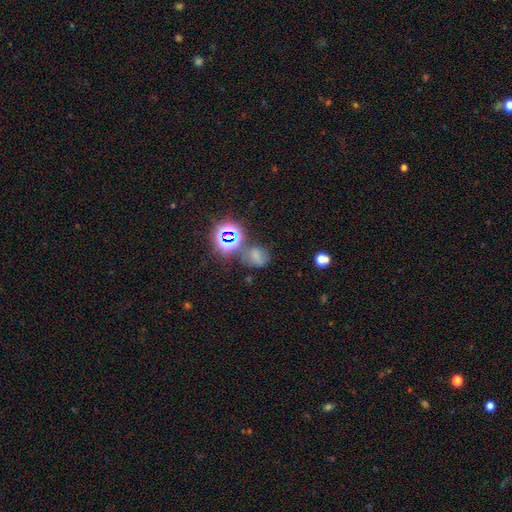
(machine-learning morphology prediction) Smooth or featured? smooth (56%)
How rounded? round (51%)
Merging? none (56%)